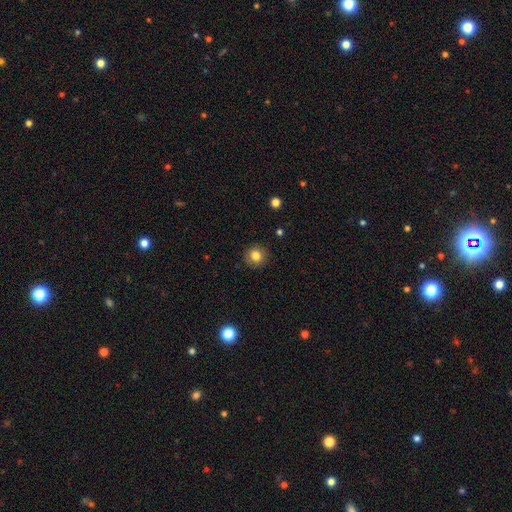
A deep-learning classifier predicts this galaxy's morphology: Smooth or featured?
  - smooth: 82% *
  - star or artifact: 11%
  - featured or disk: 7%
How rounded?
  - round: 90% *
  - in between: 9%
  - cigar-shaped: 1%
Merging?
  - none: 90% *
  - minor disturbance: 7%
  - major disturbance: 2%
  - merger: 1%